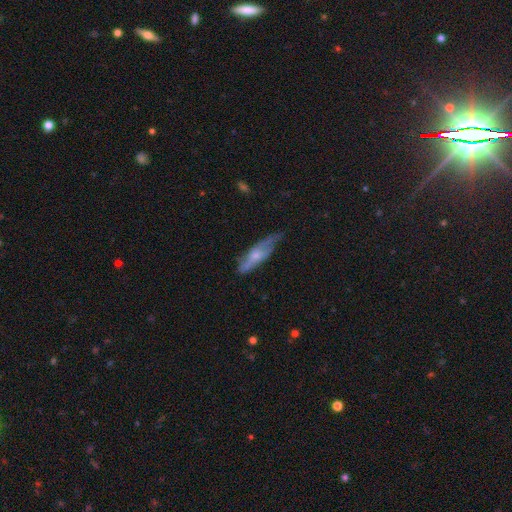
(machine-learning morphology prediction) Smooth or featured?
  - featured or disk: 55% *
  - smooth: 39%
  - star or artifact: 6%
Edge-on disk?
  - no: 56% *
  - yes: 44%
Merging?
  - none: 53% *
  - minor disturbance: 32%
  - major disturbance: 13%
  - merger: 2%